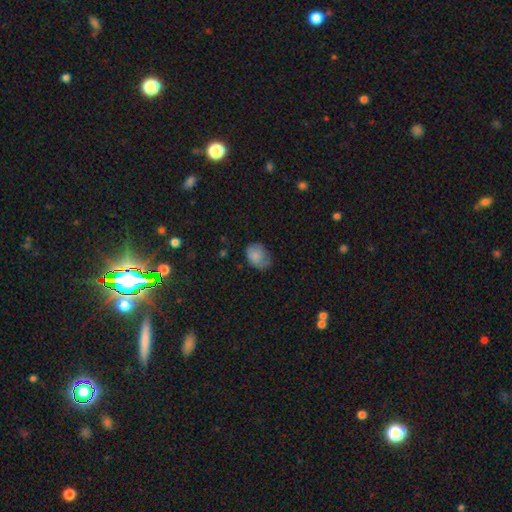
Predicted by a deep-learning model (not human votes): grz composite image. It shows a smooth galaxy with no disk features (79%) that is in between round and cigar-shaped (66%). Merging: none (45%).